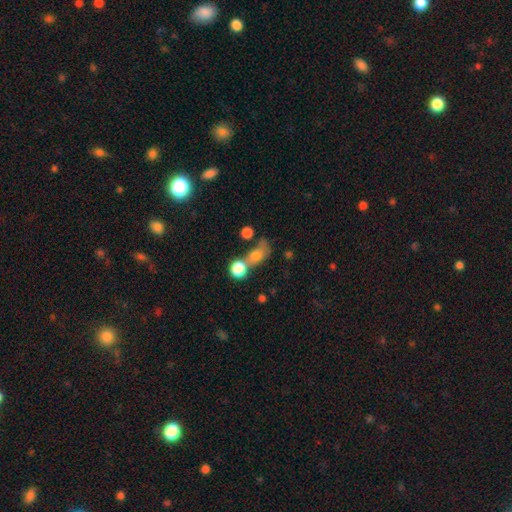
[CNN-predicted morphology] smooth-or-featured: smooth: 71% | featured or disk: 15% | star or artifact: 14%
  how-rounded: in between: 53% | round: 42% | cigar-shaped: 5%
  merging: merger: 40% | none: 29% | major disturbance: 17% | minor disturbance: 15%